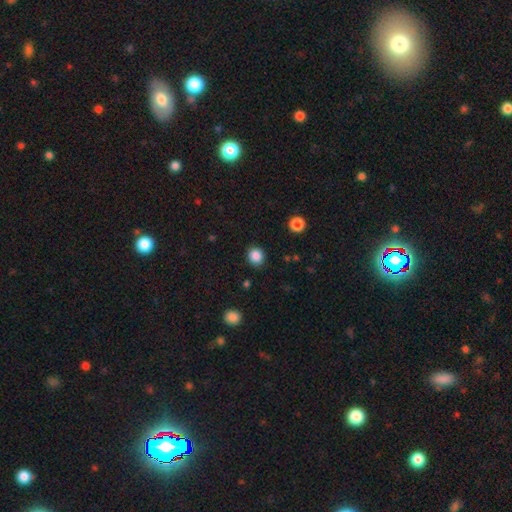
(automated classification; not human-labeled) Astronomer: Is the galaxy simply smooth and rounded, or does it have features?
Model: smooth — 86%.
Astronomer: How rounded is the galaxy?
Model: round — 85%.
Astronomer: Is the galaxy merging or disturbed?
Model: none — 89%.